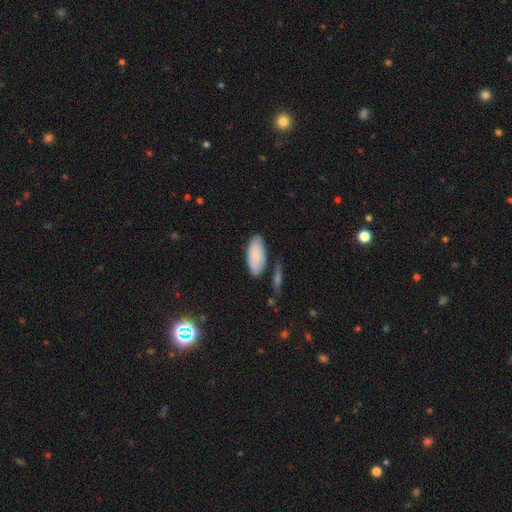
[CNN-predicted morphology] The model was most divided on "merging": none: 69%, minor disturbance: 19%, merger: 8%, major disturbance: 4%. More confident: how rounded — in between (89%); smooth or featured — smooth (82%).